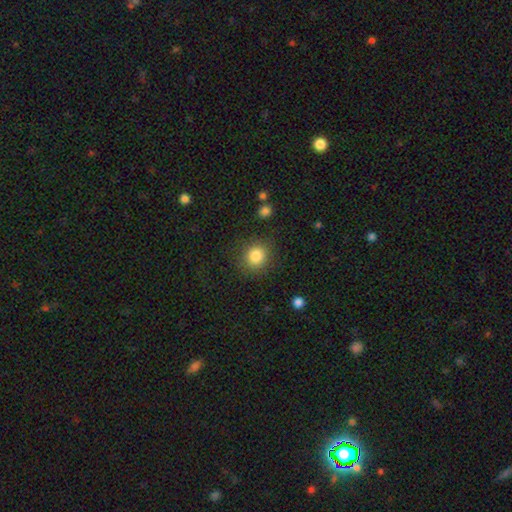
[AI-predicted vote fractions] This is clearly a smooth galaxy (85%). How rounded: clearly round (84%). Merging: clearly none (84%).